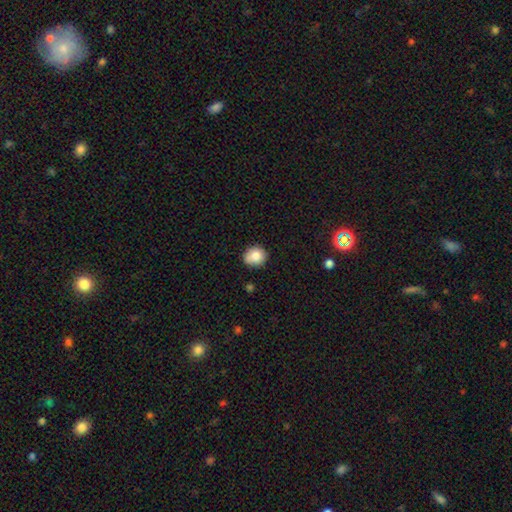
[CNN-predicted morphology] Overall: smooth (84%). How rounded: round (78%). Merging: none (76%).